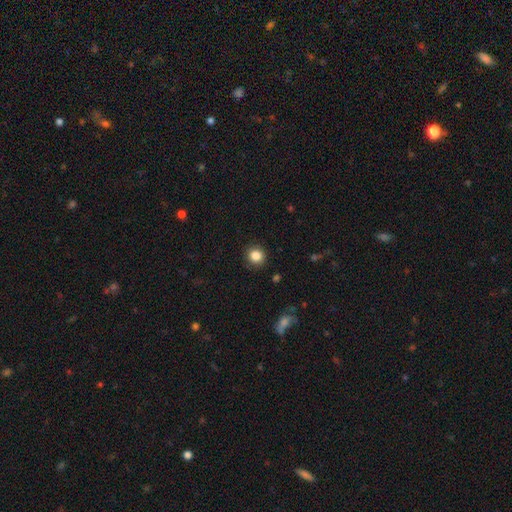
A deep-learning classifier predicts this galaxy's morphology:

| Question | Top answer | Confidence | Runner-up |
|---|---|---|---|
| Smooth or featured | smooth | 85% | star or artifact (10%) |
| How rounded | round | 89% | in between (10%) |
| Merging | none | 89% | minor disturbance (7%) |